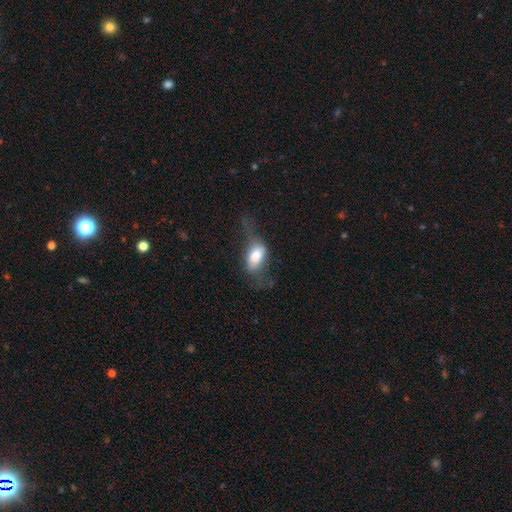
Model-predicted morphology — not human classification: Q: Smooth or featured?
A: smooth (64%); runner-up: featured or disk (27%)
Q: How rounded?
A: in between (86%); runner-up: round (8%)
Q: Merging?
A: major disturbance (39%); runner-up: none (32%)